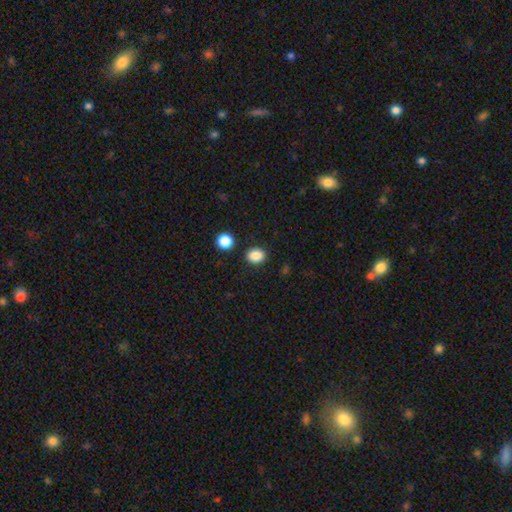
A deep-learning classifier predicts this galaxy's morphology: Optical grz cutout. It shows a smooth galaxy with no disk features (87%) that is round (52%). Merging: none (86%).